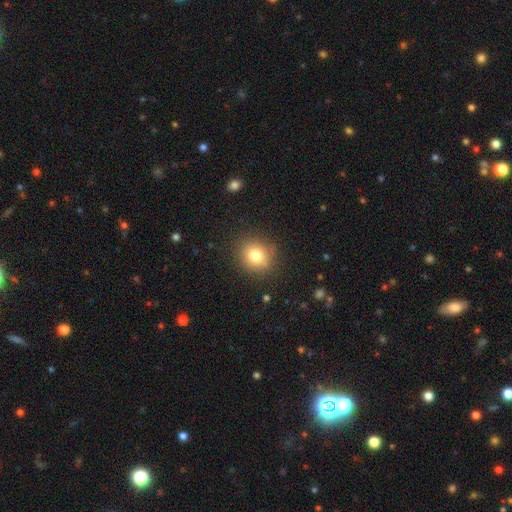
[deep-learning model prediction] Morphology: type=smooth (80%); roundness=round (77%); merging=none (85%).